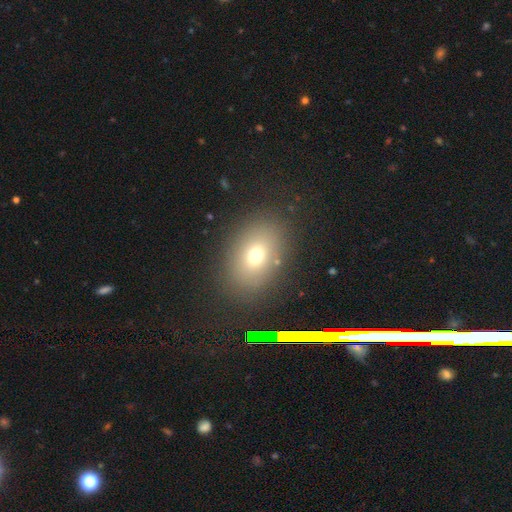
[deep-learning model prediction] smooth_or_featured: smooth (p=0.69) [alt: star or artifact p=0.18]
how_rounded: in between (p=0.73) [alt: round p=0.25]
merging: none (p=0.84) [alt: minor disturbance p=0.09]